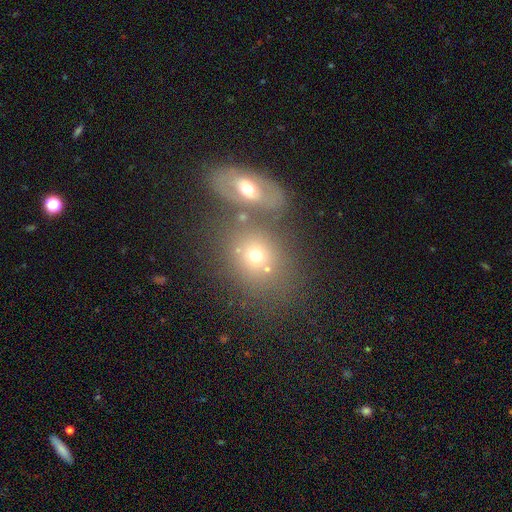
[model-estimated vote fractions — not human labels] Smooth or featured? smooth (64%)
How rounded? round (52%)
Merging? none (45%)